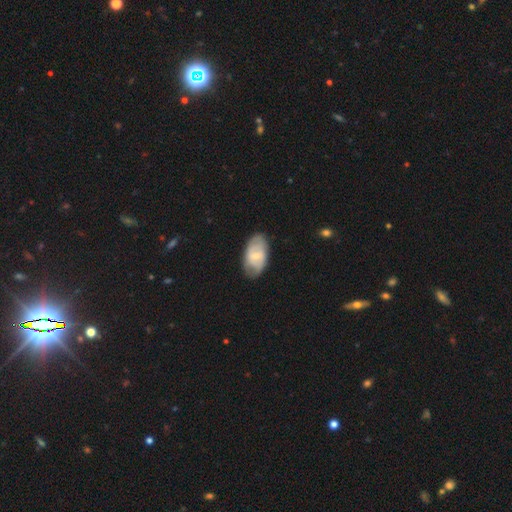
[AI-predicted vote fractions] This is possibly a featured or disk galaxy (49%). Merging: likely none (75%).